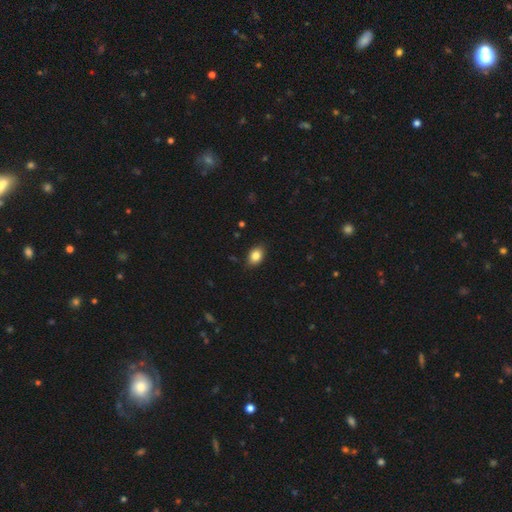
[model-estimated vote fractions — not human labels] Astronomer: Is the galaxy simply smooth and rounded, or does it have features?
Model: smooth — 84%.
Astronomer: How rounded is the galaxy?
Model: in between — 80%.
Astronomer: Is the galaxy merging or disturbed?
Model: none — 85%.